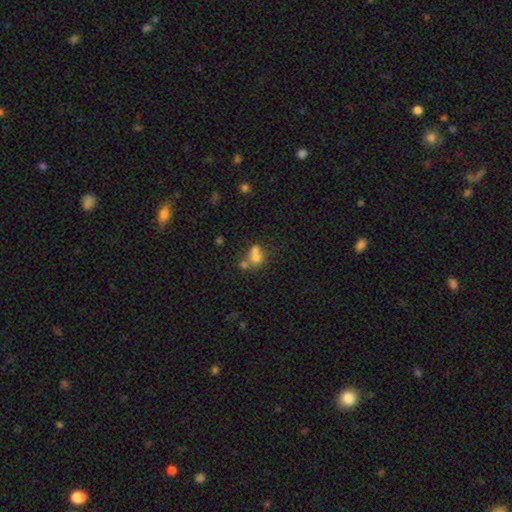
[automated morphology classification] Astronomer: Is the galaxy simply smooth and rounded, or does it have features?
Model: smooth — 63%.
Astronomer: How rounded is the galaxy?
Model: round — 64%.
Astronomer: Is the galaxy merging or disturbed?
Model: merger — 58%.